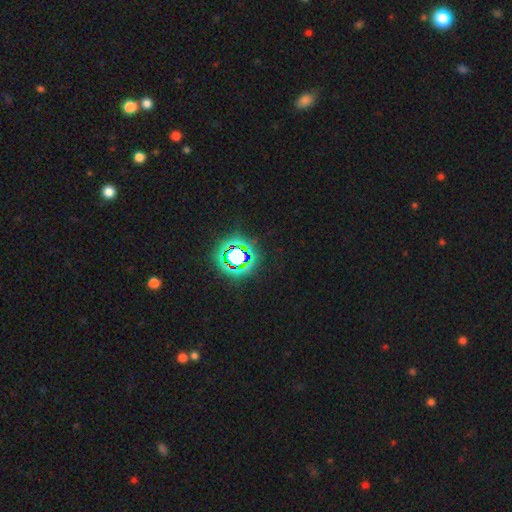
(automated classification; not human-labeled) Overall: star or artifact (80%).